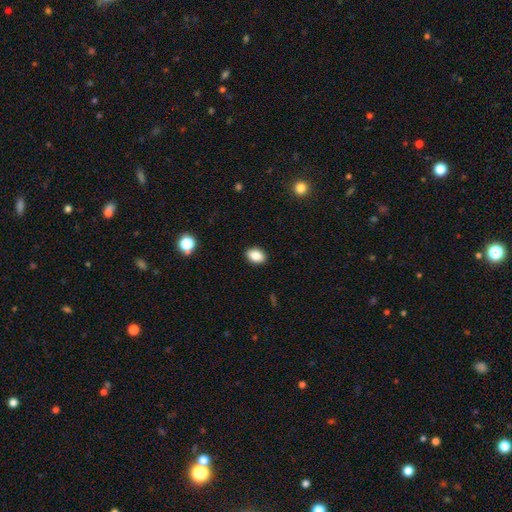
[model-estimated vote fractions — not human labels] smooth_or_featured: smooth (p=0.86) [alt: star or artifact p=0.08]
how_rounded: in between (p=0.83) [alt: round p=0.15]
merging: none (p=0.90) [alt: minor disturbance p=0.07]